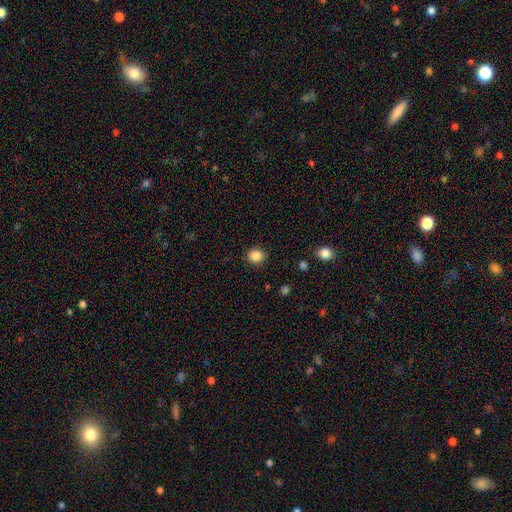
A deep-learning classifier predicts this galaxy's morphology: A smooth galaxy with no disk features (87%) that is round (85%).

Vote fractions:
- Smooth or featured? smooth: 87% / star or artifact: 10% / featured or disk: 3%
- How rounded? round: 85% / in between: 14% / cigar-shaped: 1%
- Merging? none: 90% / minor disturbance: 7% / major disturbance: 2% / merger: 1%